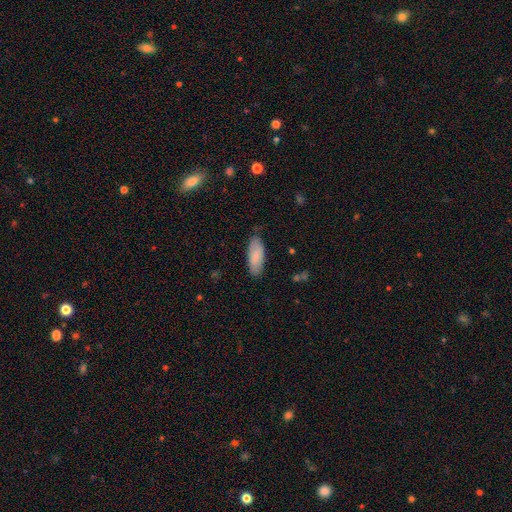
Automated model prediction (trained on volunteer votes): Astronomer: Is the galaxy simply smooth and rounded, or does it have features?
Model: smooth — 83%.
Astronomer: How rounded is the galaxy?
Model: in between — 77%.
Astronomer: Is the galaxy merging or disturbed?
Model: none — 77%.